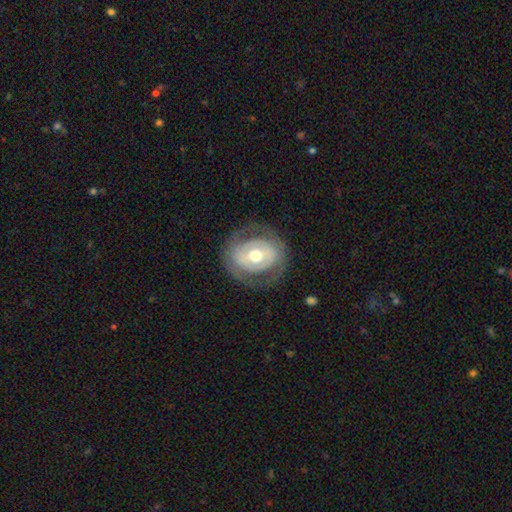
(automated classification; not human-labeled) A featured or disk galaxy (65%) with no bar (59%), no spiral arms (62%) and a moderate central bulge (73%). Merging: none (74%).